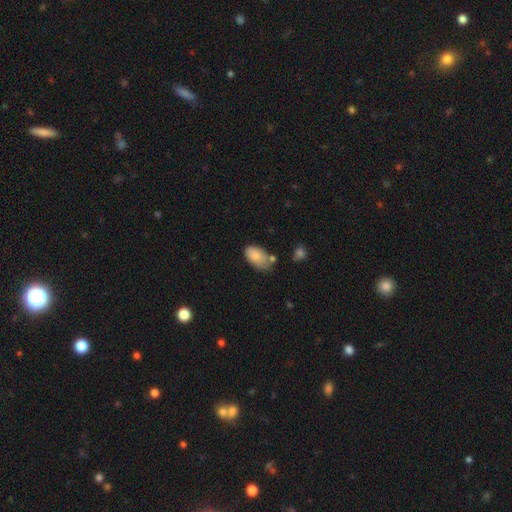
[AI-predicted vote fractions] Q: Smooth or featured?
A: smooth (84%); runner-up: featured or disk (9%)
Q: How rounded?
A: in between (94%); runner-up: round (5%)
Q: Merging?
A: none (54%); runner-up: minor disturbance (29%)